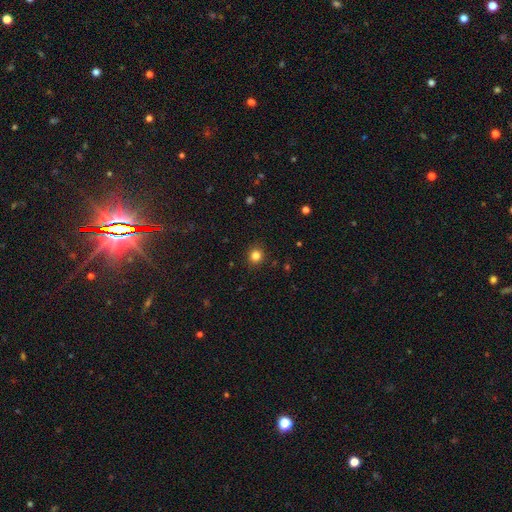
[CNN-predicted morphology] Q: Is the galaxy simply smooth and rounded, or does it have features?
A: smooth — 83%.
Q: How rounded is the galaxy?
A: round — 87%.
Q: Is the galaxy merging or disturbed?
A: none — 90%.